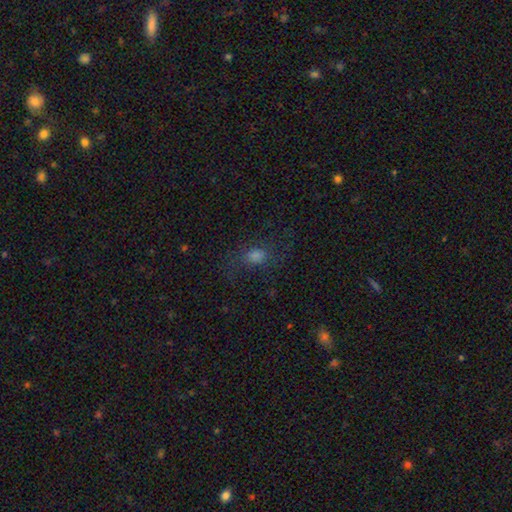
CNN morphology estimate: Overall: smooth (51%; featured or disk 27%). How rounded: in between (58%; round 38%). Merging: none (64%).